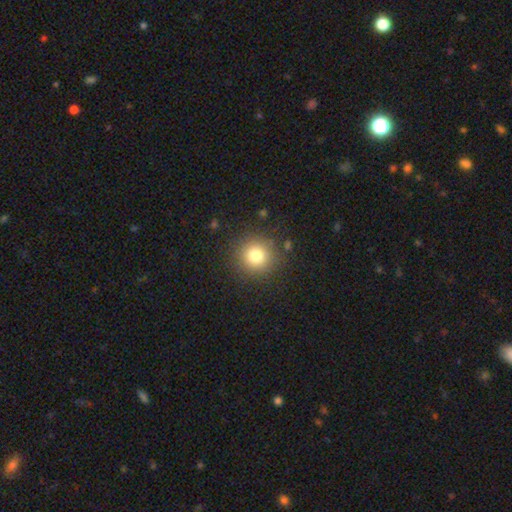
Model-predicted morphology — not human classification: A smooth galaxy with no disk features (78%) that is round (93%). Merging: none (88%).